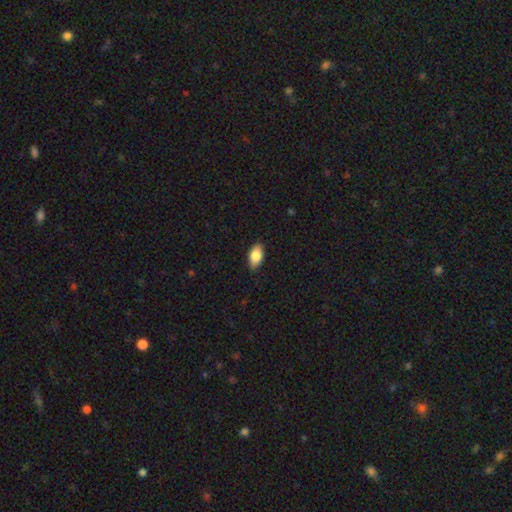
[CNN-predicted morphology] A smooth galaxy with no disk features (83%) that is in between round and cigar-shaped (92%).

Vote fractions:
- Smooth or featured? smooth: 83% / featured or disk: 11% / star or artifact: 7%
- How rounded? in between: 92% / round: 4% / cigar-shaped: 3%
- Merging? none: 87% / minor disturbance: 10% / major disturbance: 2% / merger: 1%